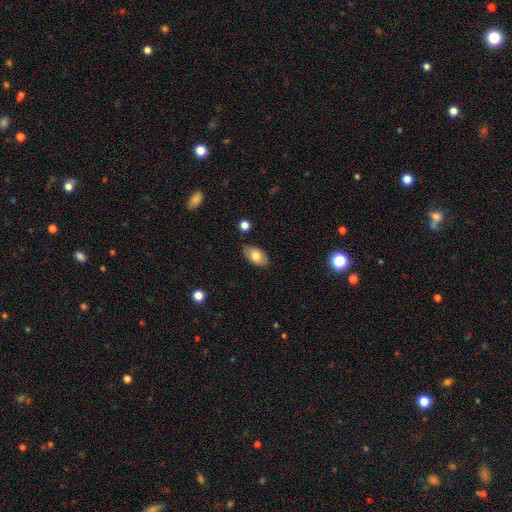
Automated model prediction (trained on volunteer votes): Q: Smooth or featured?
A: smooth (76%); runner-up: featured or disk (17%)
Q: How rounded?
A: in between (93%); runner-up: round (5%)
Q: Merging?
A: none (80%); runner-up: minor disturbance (15%)